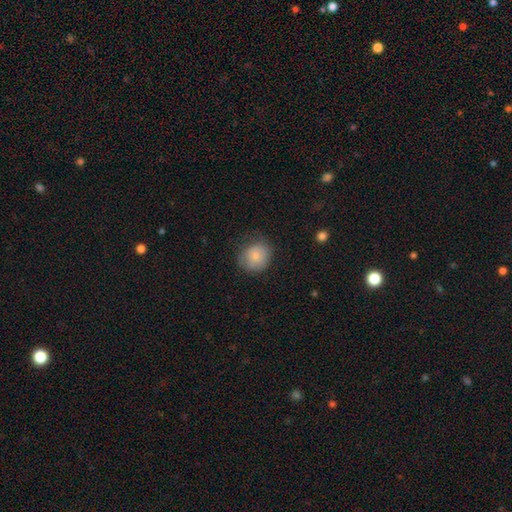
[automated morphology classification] smooth-or-featured: smooth: 81% | featured or disk: 11% | star or artifact: 8%
  how-rounded: round: 81% | in between: 18% | cigar-shaped: 1%
  merging: none: 68% | minor disturbance: 23% | major disturbance: 8% | merger: 1%